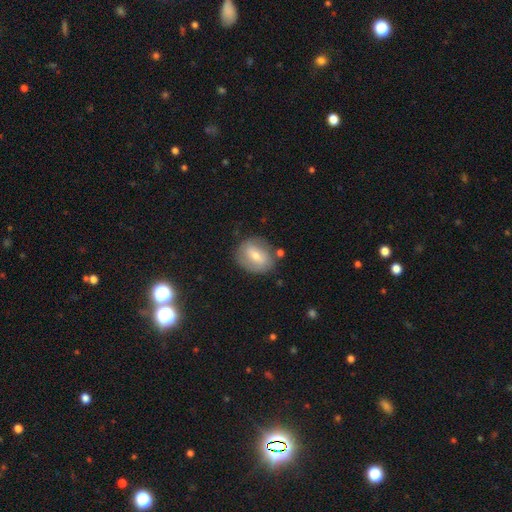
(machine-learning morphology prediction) This appears to be a smooth galaxy with no disk features (55%) that is in between round and cigar-shaped (50%). Merging: none (74%).